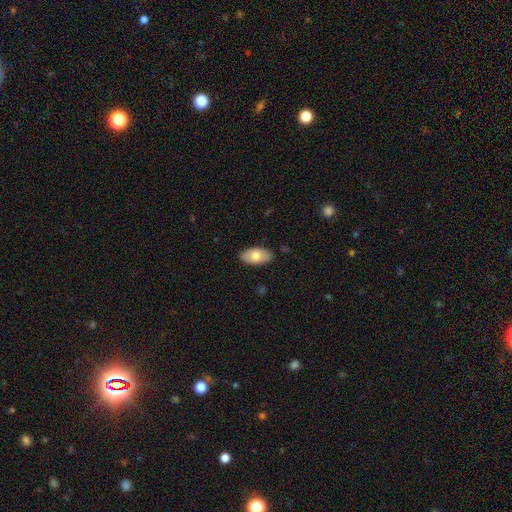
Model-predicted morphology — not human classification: This is likely a smooth galaxy (70%). How rounded: clearly in between (94%). Merging: clearly none (86%).